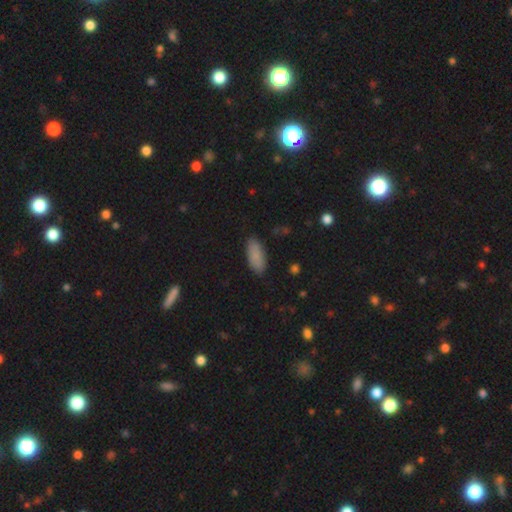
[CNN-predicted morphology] Smooth or featured?
  - smooth: 86% *
  - featured or disk: 7%
  - star or artifact: 7%
How rounded?
  - in between: 85% *
  - cigar-shaped: 14%
  - round: 2%
Merging?
  - none: 86% *
  - minor disturbance: 11%
  - major disturbance: 2%
  - merger: 1%